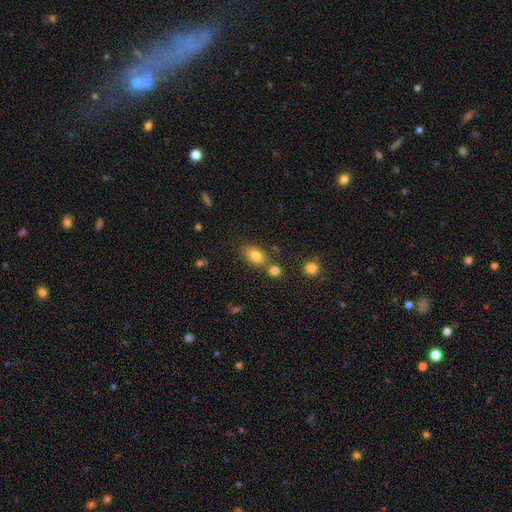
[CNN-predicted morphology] A smooth galaxy with no disk features (81%) that is in between round and cigar-shaped (85%). Merging: none (65%).